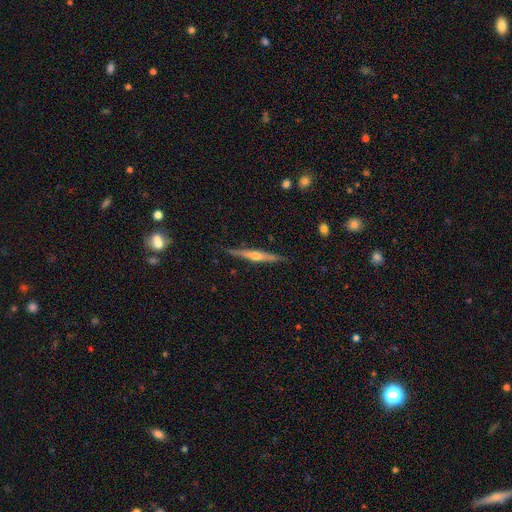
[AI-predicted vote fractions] This is likely a featured or disk galaxy (73%). It is clearly viewed edge-on (98%). Edge-on bulge: clearly rounded (87%). Merging: clearly none (87%).